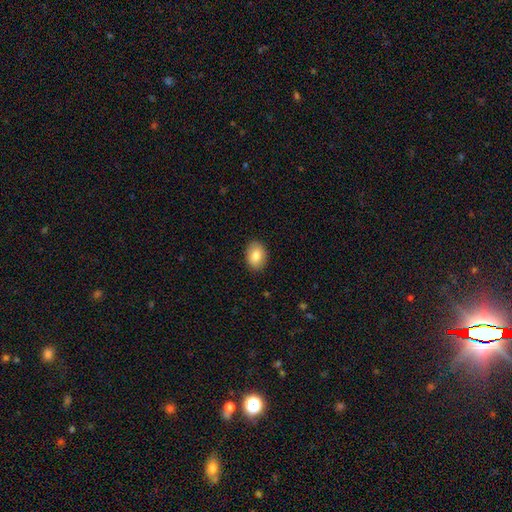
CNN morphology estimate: Smooth or featured? Predicted: smooth (p=0.83). How rounded? Predicted: in between (p=0.78). Merging? Predicted: none (p=0.89).